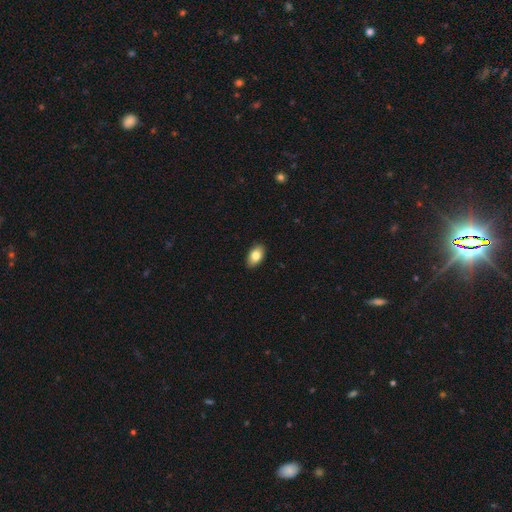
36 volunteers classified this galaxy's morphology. smooth-or-featured: smooth: 89% | featured or disk: 8% | star or artifact: 3%
  how-rounded: in between: 97% | cigar-shaped: 3% | round: 0%
  merging: none: 97% | minor disturbance: 3% | major disturbance: 0% | merger: 0%